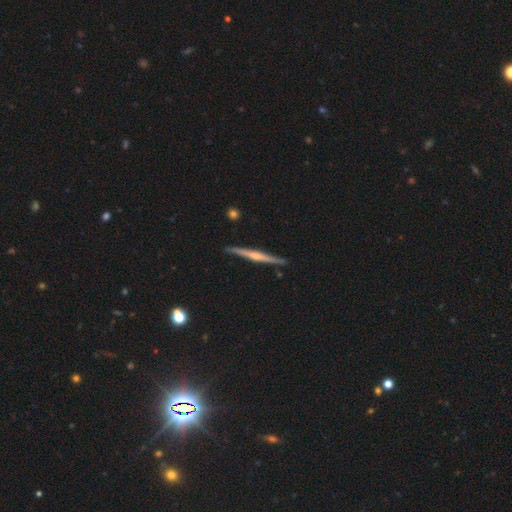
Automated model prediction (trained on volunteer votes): featured or disk 75%, smooth 20%, star or artifact 5%. Down the decision tree: edge-on disk — yes (98%); edge-on bulge — rounded (70%); merging — none (90%).